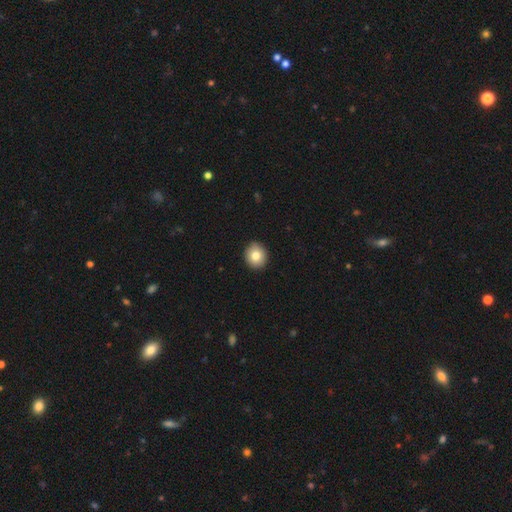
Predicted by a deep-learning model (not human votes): Q: Smooth or featured?
A: smooth (81%); runner-up: featured or disk (10%)
Q: How rounded?
A: round (84%); runner-up: in between (15%)
Q: Merging?
A: none (92%); runner-up: minor disturbance (6%)